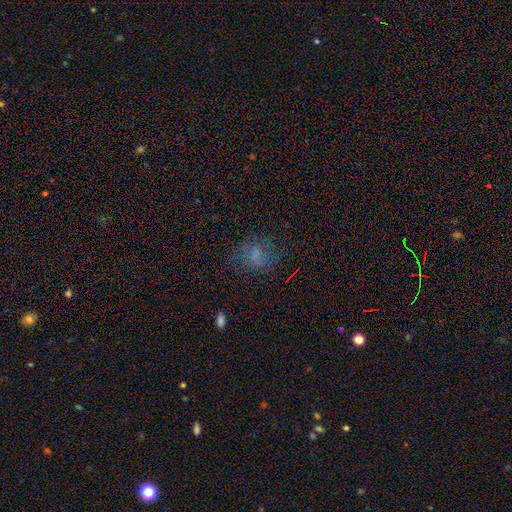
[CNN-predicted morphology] Overall: smooth (60%). How rounded: round (60%; in between 38%). Merging: none (67%).